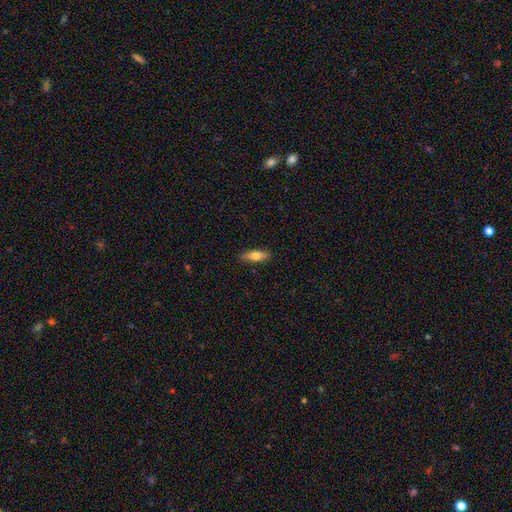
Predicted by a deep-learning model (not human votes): smooth_or_featured: smooth (p=0.69) [alt: featured or disk p=0.25]
how_rounded: in between (p=0.55) [alt: cigar-shaped p=0.42]
merging: none (p=0.88) [alt: minor disturbance p=0.09]